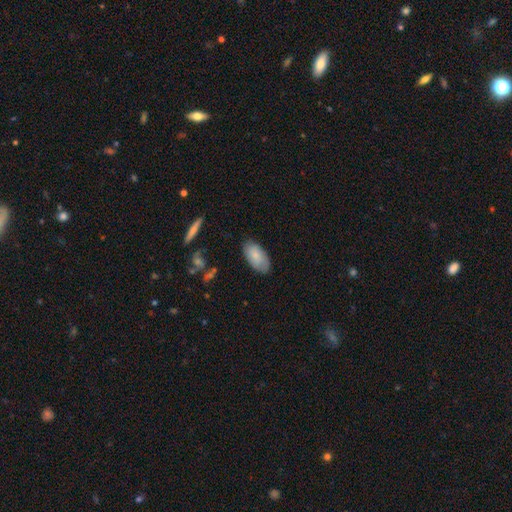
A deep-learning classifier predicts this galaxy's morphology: Smooth or featured?
  - smooth: 79% *
  - featured or disk: 15%
  - star or artifact: 6%
How rounded?
  - in between: 95% *
  - cigar-shaped: 3%
  - round: 3%
Merging?
  - none: 79% *
  - minor disturbance: 16%
  - major disturbance: 3%
  - merger: 1%